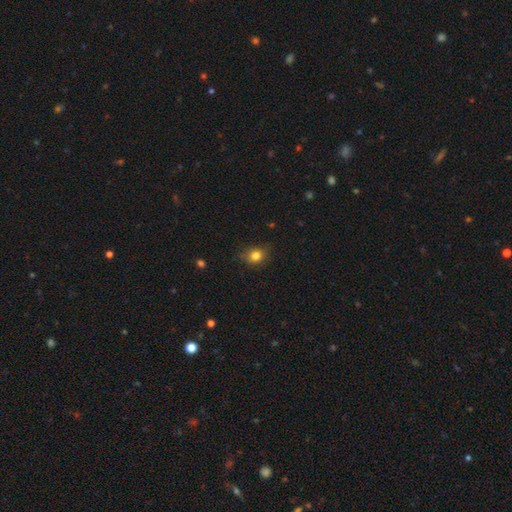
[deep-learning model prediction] Overall: smooth (82%). How rounded: round (59%; in between 40%). Merging: none (77%).